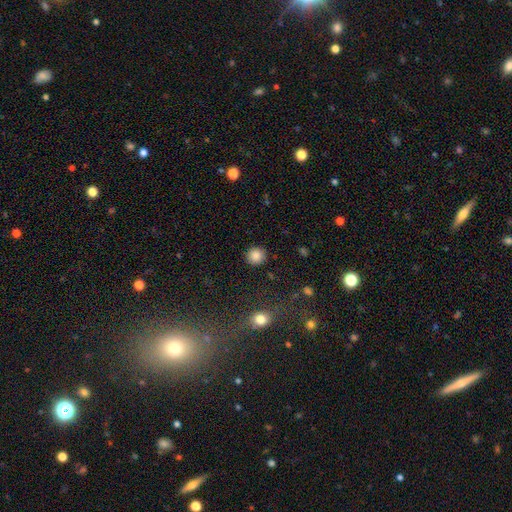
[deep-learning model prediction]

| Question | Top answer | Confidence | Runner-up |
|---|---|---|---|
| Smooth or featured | smooth | 86% | star or artifact (9%) |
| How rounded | round | 92% | in between (7%) |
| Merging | none | 91% | minor disturbance (5%) |